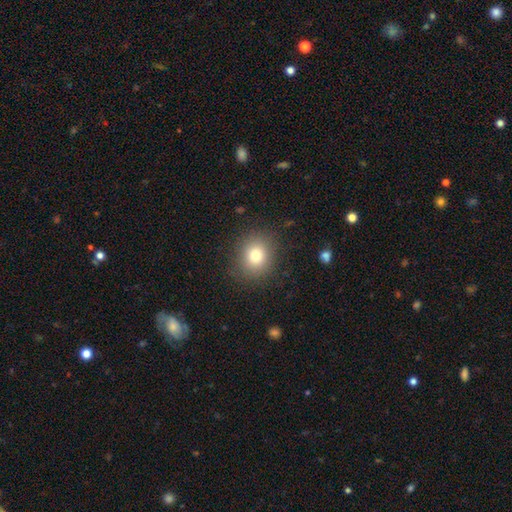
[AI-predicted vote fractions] Morphology: type=smooth (78%); roundness=round (76%); merging=none (86%).